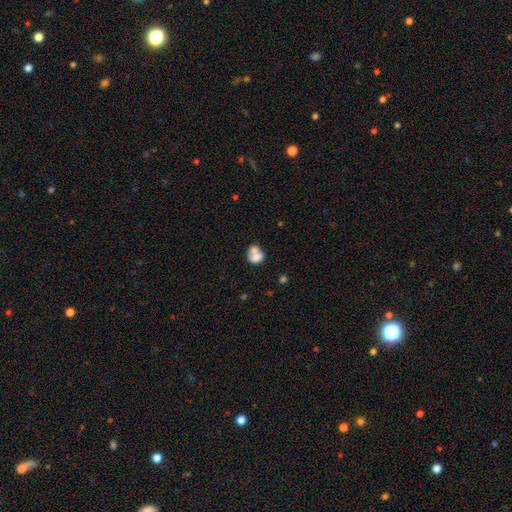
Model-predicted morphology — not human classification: A smooth galaxy with no disk features (69%) that is in between round and cigar-shaped (50%).

Vote fractions:
- Smooth or featured? smooth: 69% / featured or disk: 22% / star or artifact: 9%
- How rounded? in between: 50% / round: 49% / cigar-shaped: 1%
- Merging? merger: 59% / none: 25% / minor disturbance: 10% / major disturbance: 6%